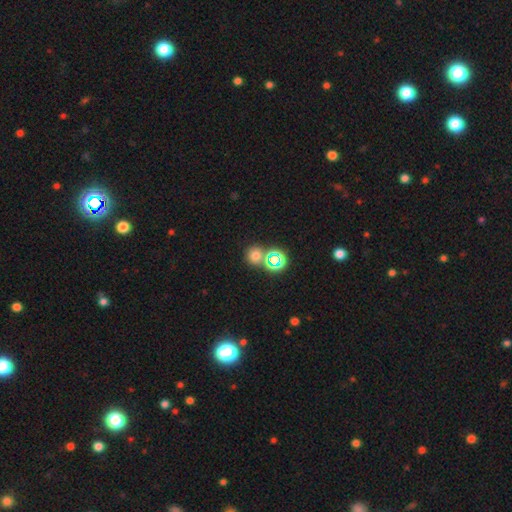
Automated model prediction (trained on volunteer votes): This is likely a smooth galaxy (61%). How rounded: clearly round (83%). Merging: likely none (68%).